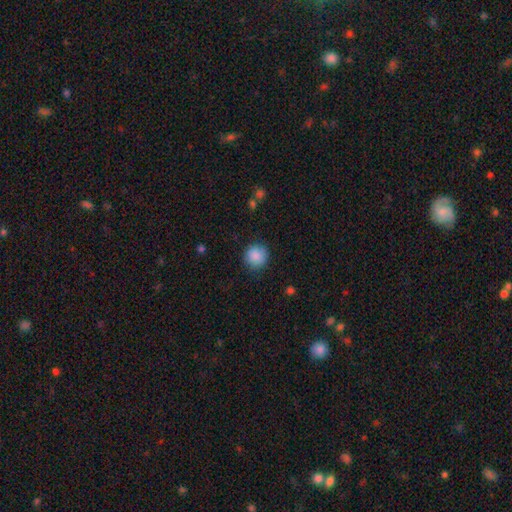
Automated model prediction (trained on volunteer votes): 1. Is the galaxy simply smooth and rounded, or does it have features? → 88% smooth, 9% star or artifact, 4% featured or disk.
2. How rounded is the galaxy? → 91% round, 9% in between, 1% cigar-shaped.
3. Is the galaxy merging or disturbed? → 86% none, 10% minor disturbance, 3% major disturbance, 1% merger.